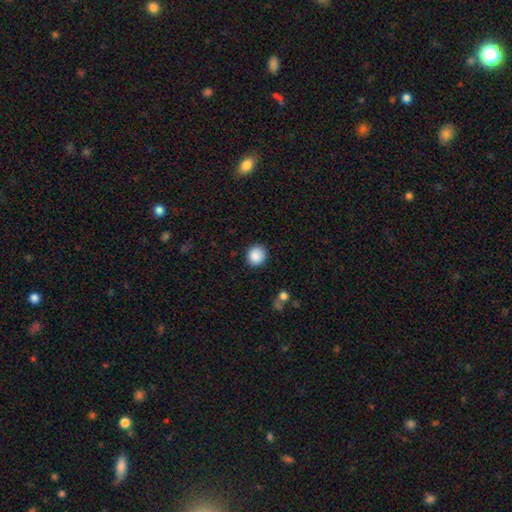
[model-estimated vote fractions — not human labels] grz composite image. It shows a smooth galaxy with no disk features (89%) that is round (84%). Merging: none (88%).